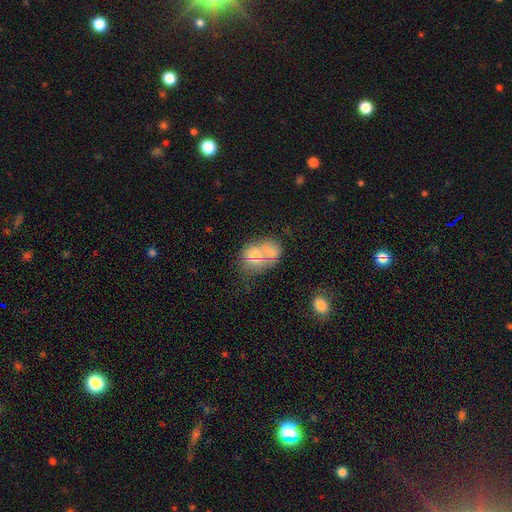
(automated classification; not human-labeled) Smooth or featured? Predicted: smooth (p=0.52). How rounded? Predicted: in between (p=0.55). Merging? Predicted: merger (p=0.57).